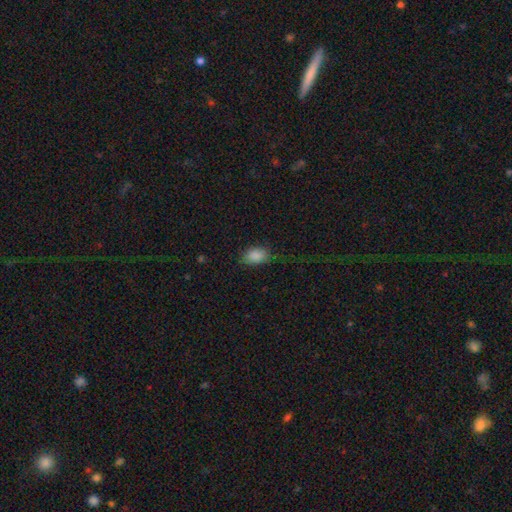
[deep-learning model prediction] This is clearly a smooth galaxy (87%). How rounded: clearly in between (85%). Merging: likely none (71%).